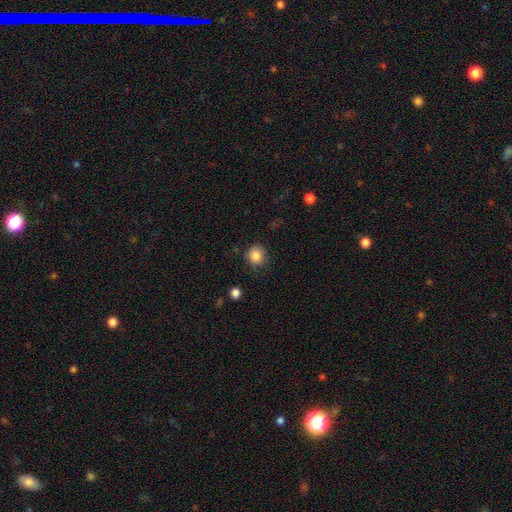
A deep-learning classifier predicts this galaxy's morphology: Overall: smooth (86%). How rounded: round (86%). Merging: none (79%).